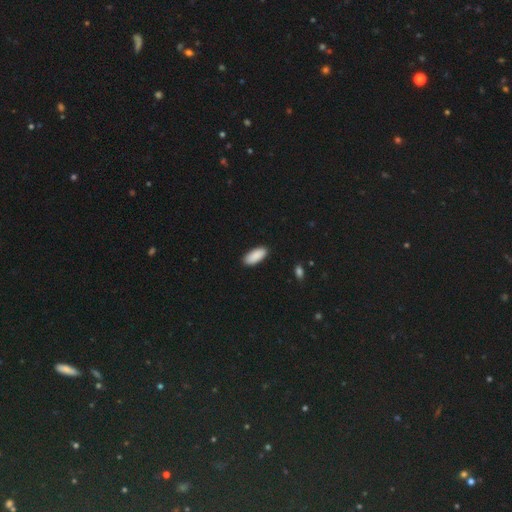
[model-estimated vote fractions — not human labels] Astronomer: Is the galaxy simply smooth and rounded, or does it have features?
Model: smooth — 91%.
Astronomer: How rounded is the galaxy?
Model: in between — 88%.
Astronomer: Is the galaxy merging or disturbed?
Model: none — 90%.